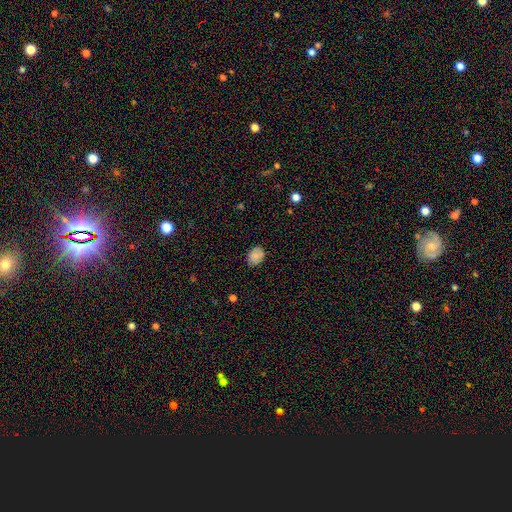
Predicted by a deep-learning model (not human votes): smooth 83%, star or artifact 10%, featured or disk 8%. Down the decision tree: how rounded — in between (65%); merging — none (80%).